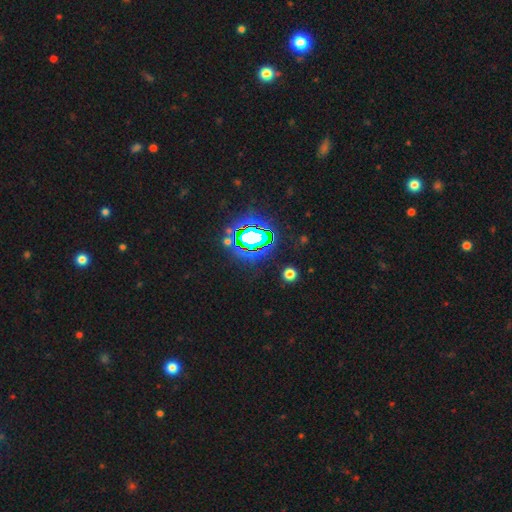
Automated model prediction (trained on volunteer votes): Smooth or featured? star or artifact (81%)